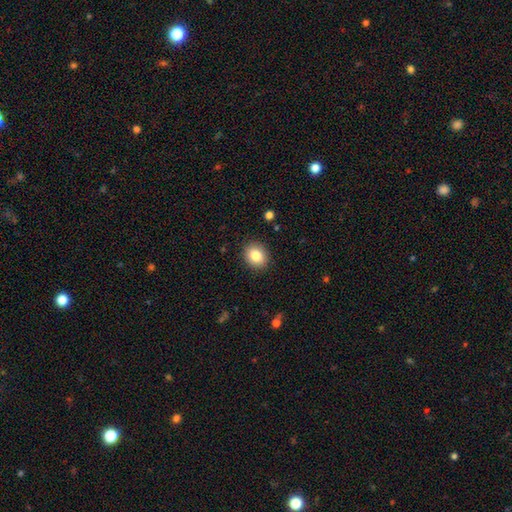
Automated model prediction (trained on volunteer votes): Q: Smooth or featured?
A: smooth (84%); runner-up: star or artifact (9%)
Q: How rounded?
A: round (57%); runner-up: in between (42%)
Q: Merging?
A: none (90%); runner-up: minor disturbance (7%)